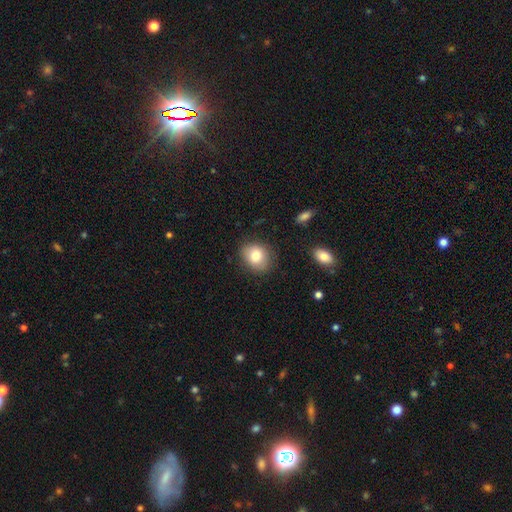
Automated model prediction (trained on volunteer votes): This appears to be a smooth galaxy with no disk features (80%) that is round (60%). Merging: none (83%).